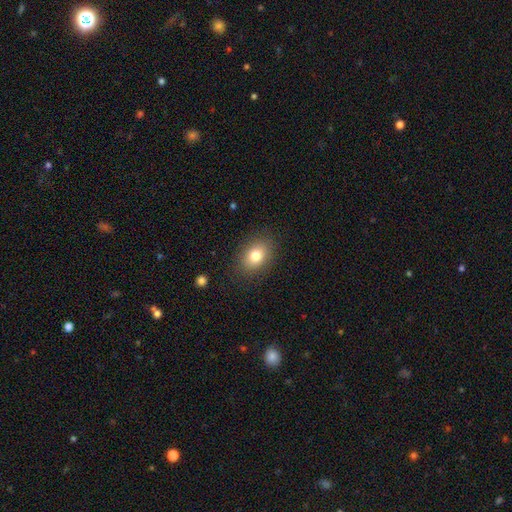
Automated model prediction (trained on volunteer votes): A smooth galaxy with no disk features (80%) that is in between round and cigar-shaped (74%). Merging: none (86%).